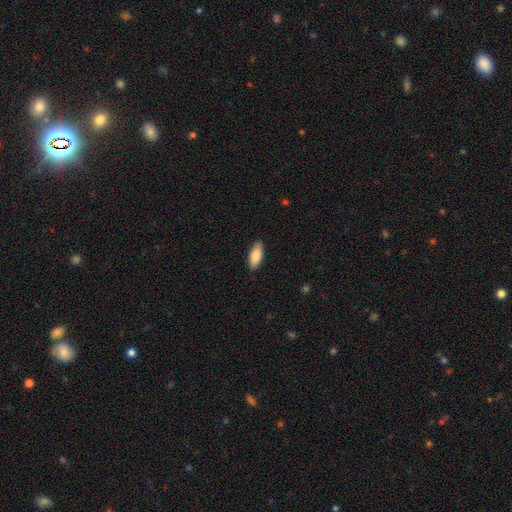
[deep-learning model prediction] Morphology: type=smooth (87%); roundness=in between (82%); merging=none (87%).